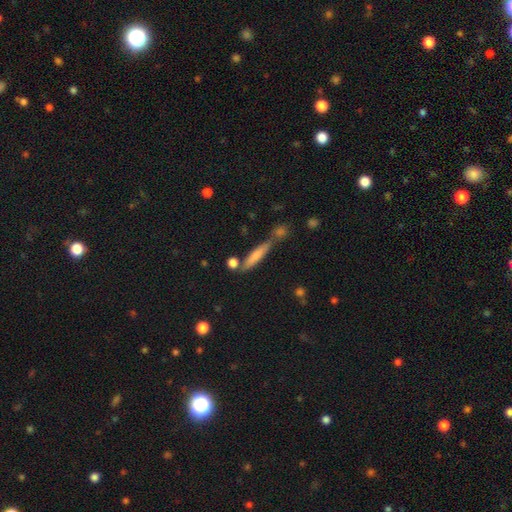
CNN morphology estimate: smooth 69%, featured or disk 23%, star or artifact 7%. Down the decision tree: how rounded — cigar-shaped (86%); merging — none (64%).